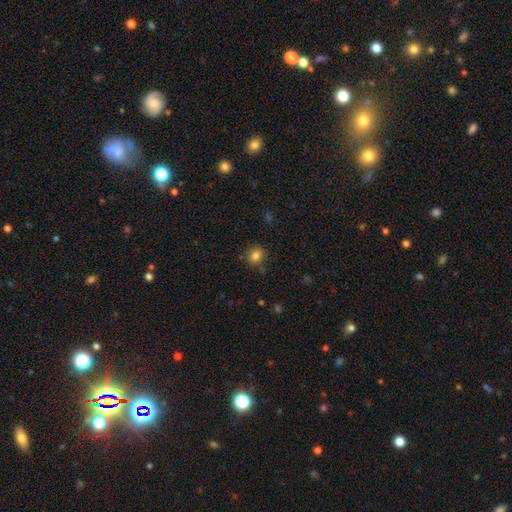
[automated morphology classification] Q: Smooth or featured?
A: smooth (82%); runner-up: star or artifact (12%)
Q: How rounded?
A: round (70%); runner-up: in between (29%)
Q: Merging?
A: none (81%); runner-up: minor disturbance (13%)